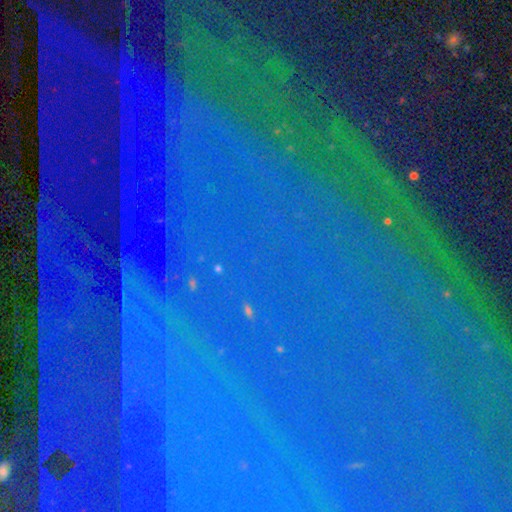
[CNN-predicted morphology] Smooth or featured? Predicted: star or artifact (p=0.85).